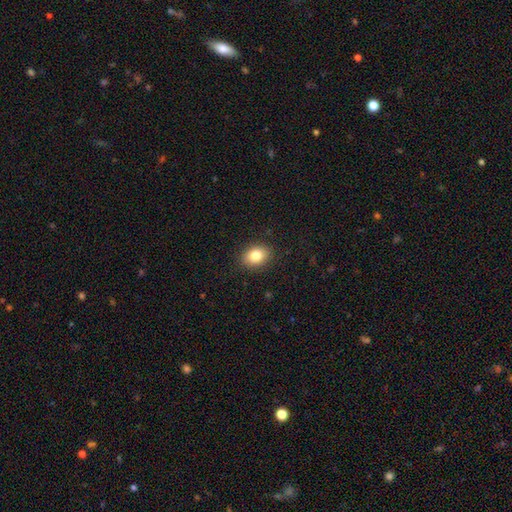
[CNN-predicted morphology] type=smooth (82%); roundness=in between (67%); merging=none (89%).